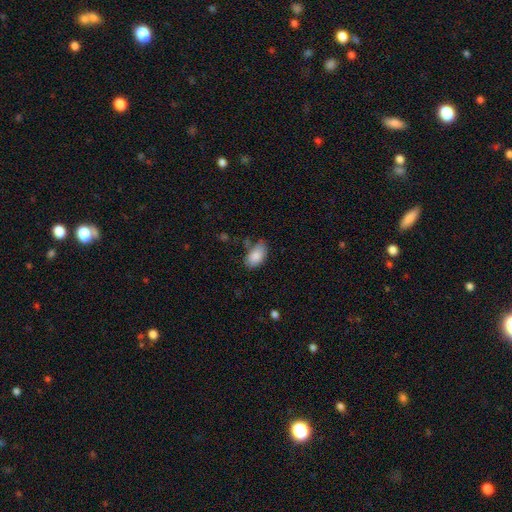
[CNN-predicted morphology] Q: Smooth or featured?
A: smooth (87%); runner-up: star or artifact (7%)
Q: How rounded?
A: in between (93%); runner-up: round (5%)
Q: Merging?
A: none (63%); runner-up: minor disturbance (26%)